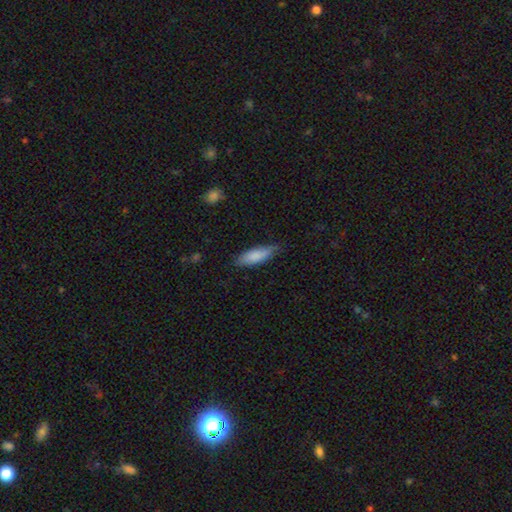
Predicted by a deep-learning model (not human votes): Q: Smooth or featured?
A: smooth (83%); runner-up: featured or disk (11%)
Q: How rounded?
A: in between (56%); runner-up: cigar-shaped (42%)
Q: Merging?
A: none (72%); runner-up: minor disturbance (23%)